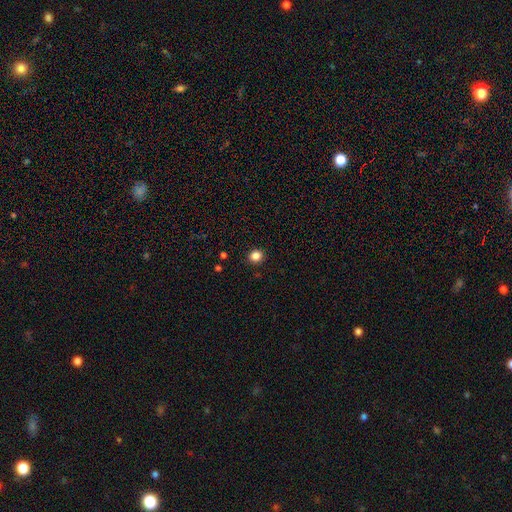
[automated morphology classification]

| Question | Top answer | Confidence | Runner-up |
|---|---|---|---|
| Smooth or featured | smooth | 84% | star or artifact (12%) |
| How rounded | round | 87% | in between (12%) |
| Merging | none | 92% | minor disturbance (5%) |